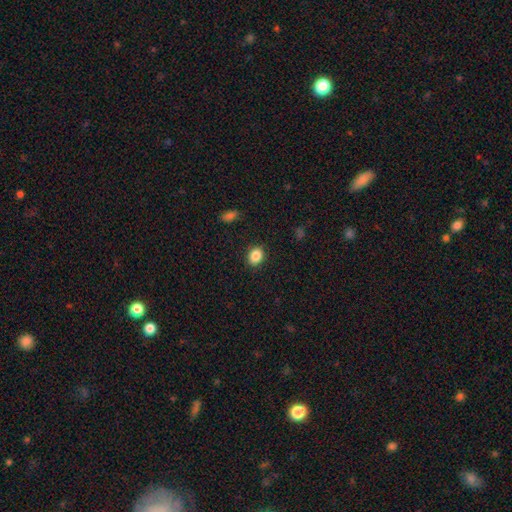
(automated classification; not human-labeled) This is clearly a smooth galaxy (87%). How rounded: possibly in between (56%). Merging: clearly none (89%).